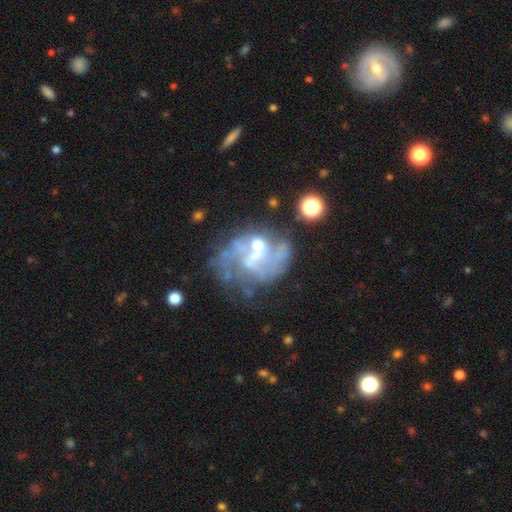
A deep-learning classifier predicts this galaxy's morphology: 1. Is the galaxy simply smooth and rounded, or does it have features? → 73% featured or disk, 14% smooth, 14% star or artifact.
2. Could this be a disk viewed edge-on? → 98% no, 2% yes.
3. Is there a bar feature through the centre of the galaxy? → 54% no, 36% weak, 10% strong.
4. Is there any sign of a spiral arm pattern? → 59% yes, 41% no.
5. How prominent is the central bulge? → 45% small, 31% moderate, 21% none, 3% large, 1% dominant.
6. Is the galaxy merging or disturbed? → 40% none, 29% major disturbance, 19% minor disturbance, 12% merger.